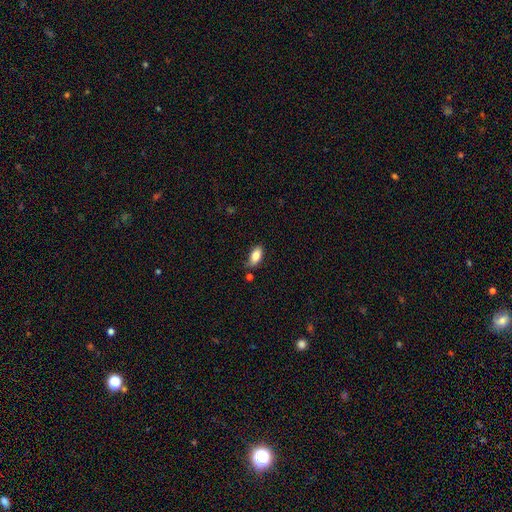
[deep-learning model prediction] smooth_or_featured: smooth (p=0.83) [alt: featured or disk p=0.10]
how_rounded: in between (p=0.89) [alt: cigar-shaped p=0.08]
merging: none (p=0.67) [alt: minor disturbance p=0.23]